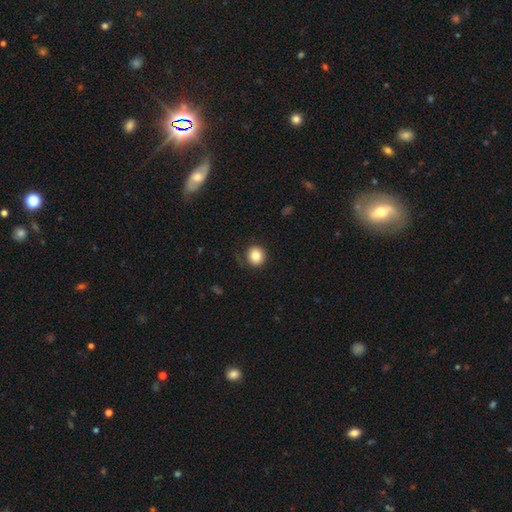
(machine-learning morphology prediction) smooth_or_featured: smooth (p=0.83) [alt: star or artifact p=0.10]
how_rounded: round (p=0.90) [alt: in between p=0.09]
merging: none (p=0.83) [alt: minor disturbance p=0.12]